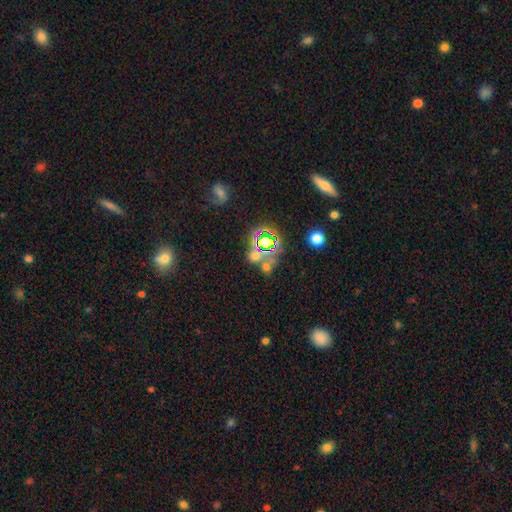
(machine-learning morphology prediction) Smooth or featured? Predicted: star or artifact (p=0.47).